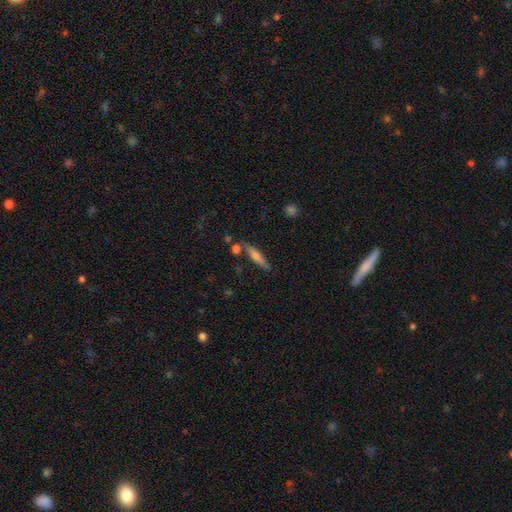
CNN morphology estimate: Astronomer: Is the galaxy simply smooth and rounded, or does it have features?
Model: featured or disk — 48% (runner-up: smooth, 45%).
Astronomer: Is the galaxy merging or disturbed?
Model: none — 78%.